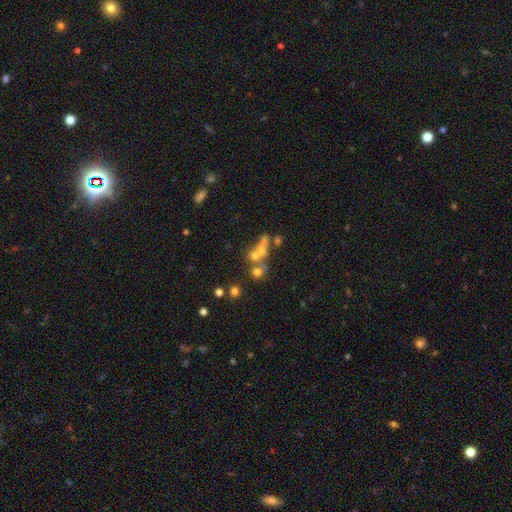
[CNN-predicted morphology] type=smooth (39%); merging=merger (43%).